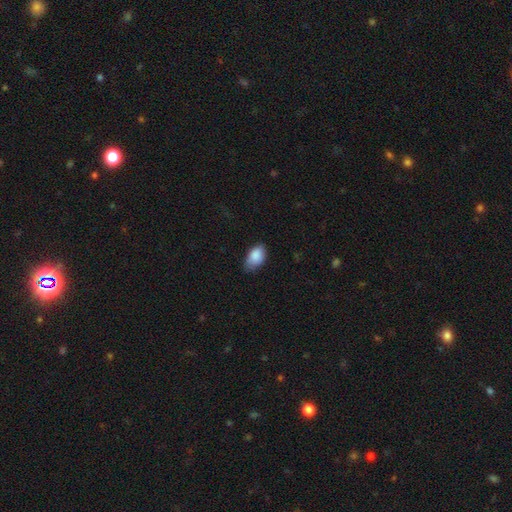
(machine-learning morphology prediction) Smooth or featured? smooth (88%)
How rounded? in between (92%)
Merging? none (66%)